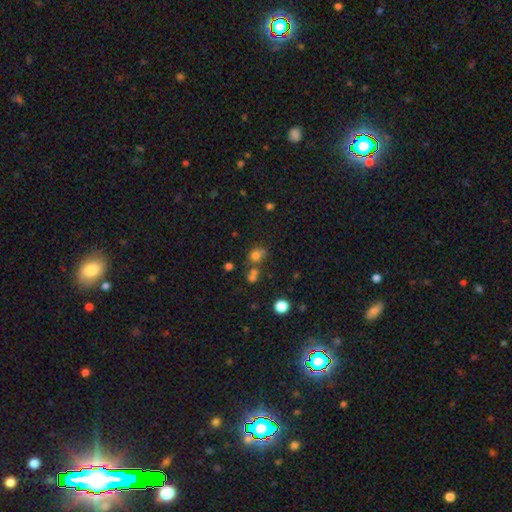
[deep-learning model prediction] Morphology: type=smooth (70%); roundness=round (57%); merging=none (45%).